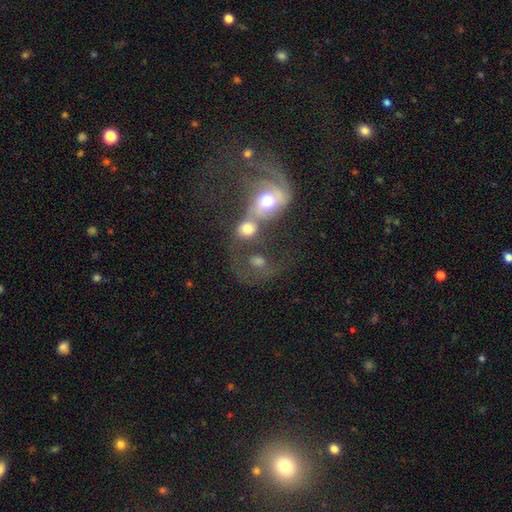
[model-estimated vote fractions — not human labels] featured or disk 59%, smooth 27%, star or artifact 14%. Down the decision tree: edge-on disk — no (96%); bar — no (63%); spiral arms — yes (65%); bulge size — moderate (57%); merging — merger (78%).